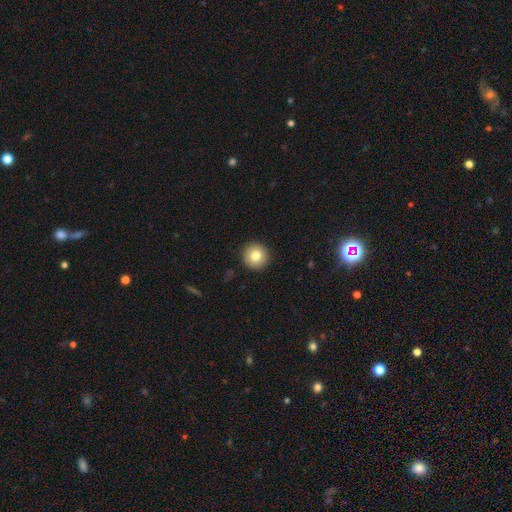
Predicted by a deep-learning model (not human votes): smooth-or-featured: smooth: 80% | featured or disk: 10% | star or artifact: 9%
  how-rounded: round: 96% | in between: 3% | cigar-shaped: 1%
  merging: none: 93% | minor disturbance: 5% | major disturbance: 2% | merger: 1%